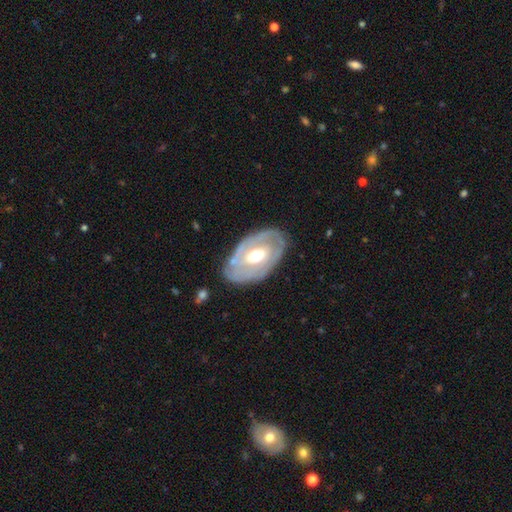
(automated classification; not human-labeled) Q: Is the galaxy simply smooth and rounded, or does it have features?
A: featured or disk — 73%.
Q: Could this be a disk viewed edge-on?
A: no — 93%.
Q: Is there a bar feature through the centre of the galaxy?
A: no — 45%.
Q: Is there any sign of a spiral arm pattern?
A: yes — 60%.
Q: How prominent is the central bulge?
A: moderate — 74%.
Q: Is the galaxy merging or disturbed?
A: none — 76%.